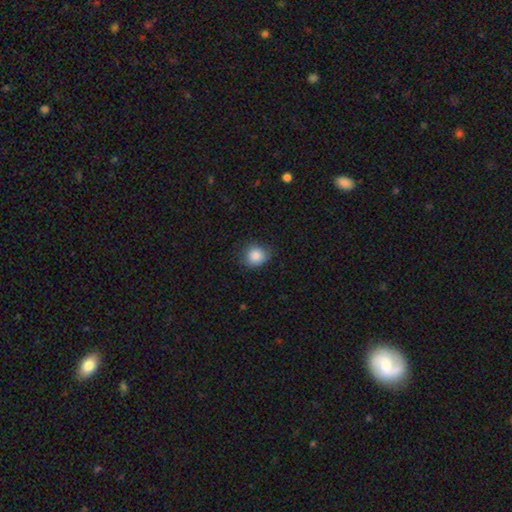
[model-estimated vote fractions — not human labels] Q: Smooth or featured?
A: smooth (86%); runner-up: star or artifact (9%)
Q: How rounded?
A: round (76%); runner-up: in between (23%)
Q: Merging?
A: none (69%); runner-up: minor disturbance (25%)